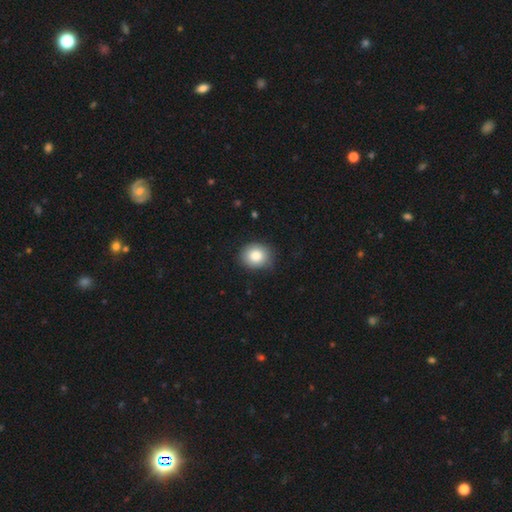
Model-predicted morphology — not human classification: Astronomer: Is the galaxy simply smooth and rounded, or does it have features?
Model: smooth — 84%.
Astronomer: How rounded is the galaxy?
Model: round — 67%.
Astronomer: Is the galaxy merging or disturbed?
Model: none — 84%.